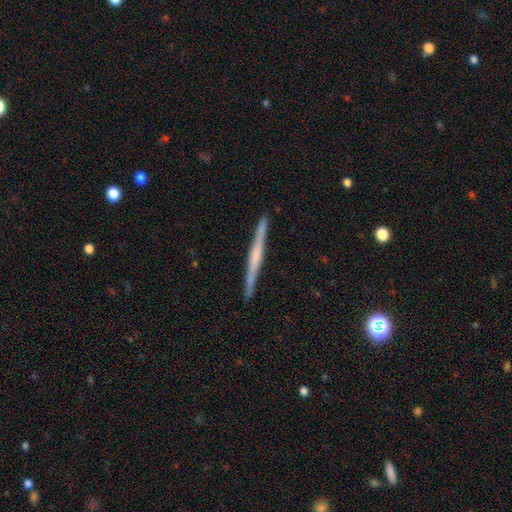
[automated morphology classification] Smooth or featured?
  - featured or disk: 66% *
  - smooth: 28%
  - star or artifact: 6%
Edge-on disk?
  - yes: 98% *
  - no: 2%
Edge-on bulge?
  - none: 50% *
  - rounded: 30%
  - boxy: 20%
Merging?
  - none: 91% *
  - minor disturbance: 6%
  - major disturbance: 1%
  - merger: 1%